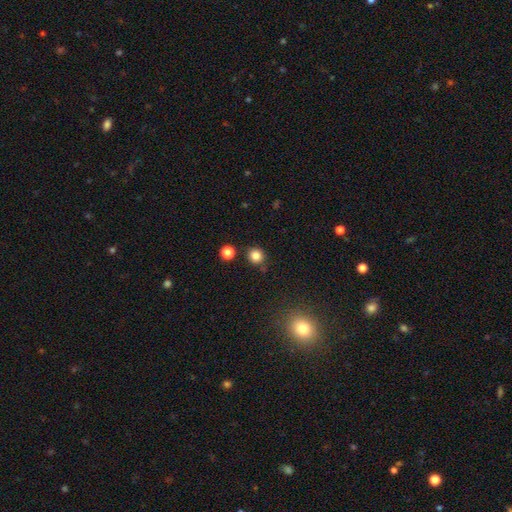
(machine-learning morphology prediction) The model was most divided on "smooth or featured": smooth: 84%, star or artifact: 12%, featured or disk: 4%. More confident: how rounded — round (89%); merging — none (82%).